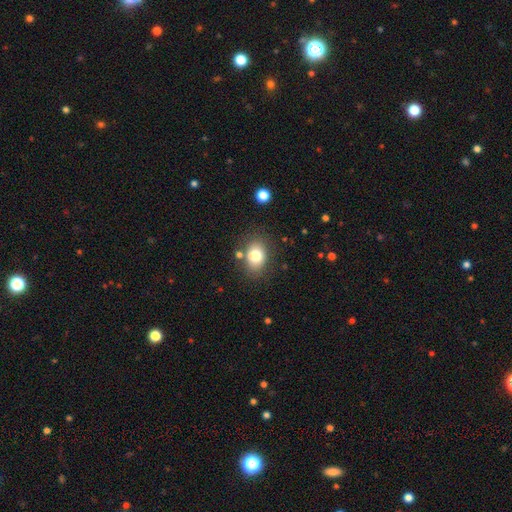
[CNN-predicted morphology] The model was most divided on "how rounded": in between: 63%, round: 36%, cigar-shaped: 1%. More confident: smooth or featured — smooth (77%); merging — none (74%).